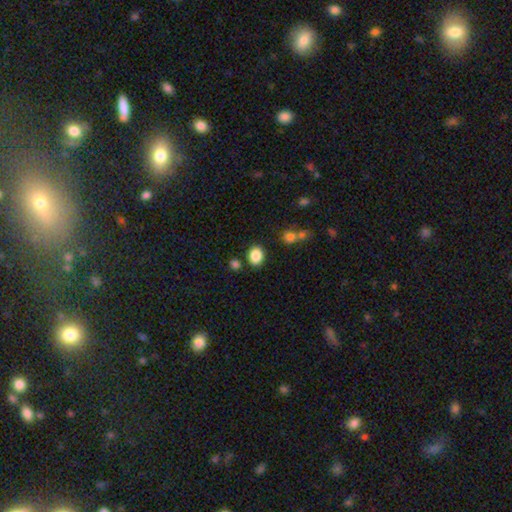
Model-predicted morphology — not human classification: This appears to be a smooth galaxy with no disk features (87%) that is round (50%). Merging: none (82%).